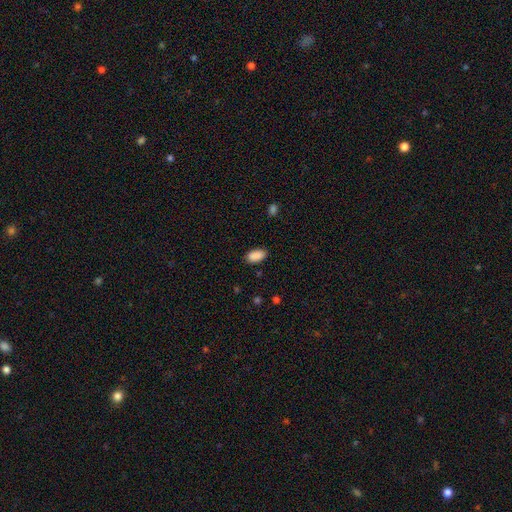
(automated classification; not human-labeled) Morphology: type=smooth (90%); roundness=in between (94%); merging=none (85%).